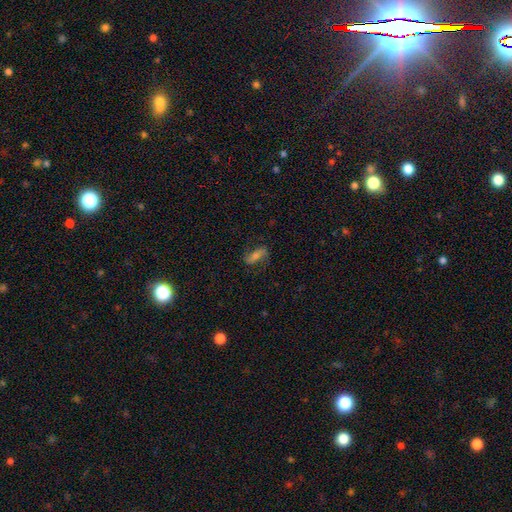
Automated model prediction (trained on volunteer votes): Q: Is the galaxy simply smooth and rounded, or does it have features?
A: featured or disk — 56%.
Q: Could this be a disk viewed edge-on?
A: no — 89%.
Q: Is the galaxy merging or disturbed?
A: none — 76%.